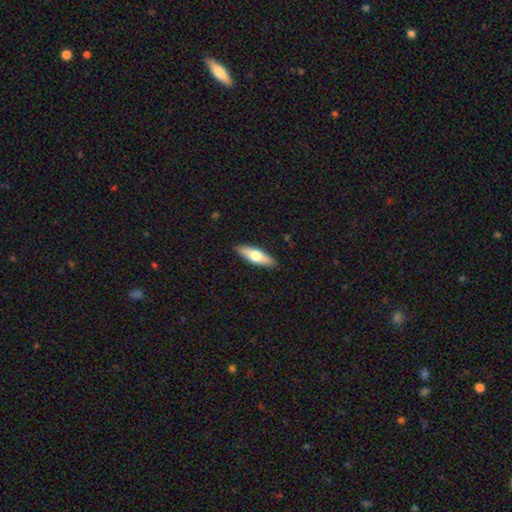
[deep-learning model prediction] Morphology: type=smooth (53%); roundness=cigar-shaped (52%); merging=none (90%).